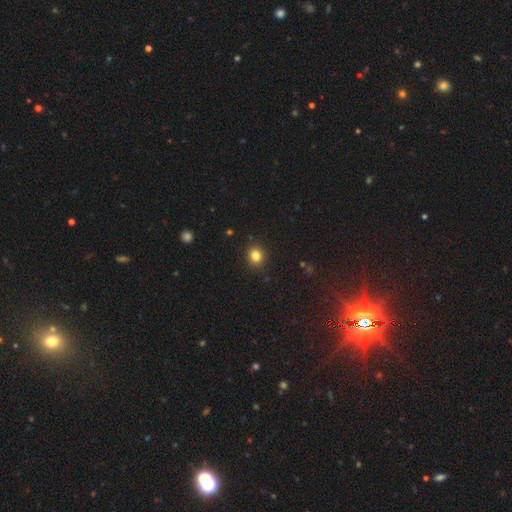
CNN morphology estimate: Smooth or featured? smooth (82%)
How rounded? round (81%)
Merging? none (91%)